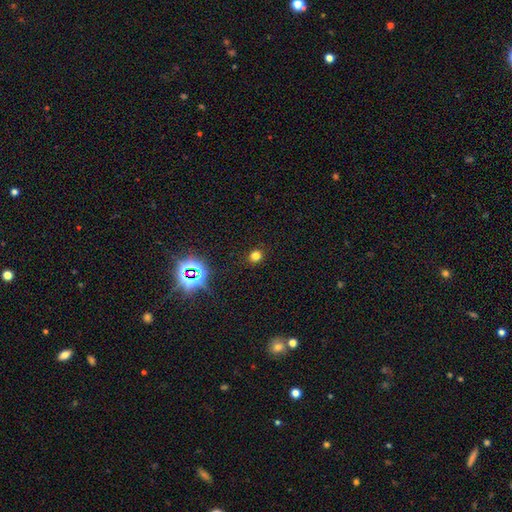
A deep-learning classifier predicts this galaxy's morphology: Q: Smooth or featured?
A: smooth (73%); runner-up: star or artifact (22%)
Q: How rounded?
A: round (86%); runner-up: in between (13%)
Q: Merging?
A: none (89%); runner-up: minor disturbance (7%)